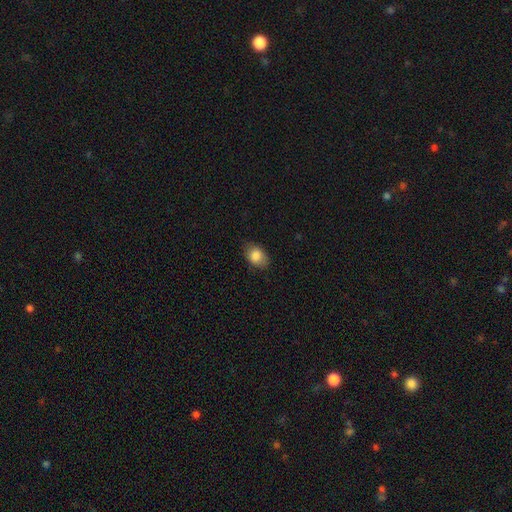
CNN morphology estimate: Smooth or featured?
  - smooth: 84% *
  - featured or disk: 8%
  - star or artifact: 8%
How rounded?
  - in between: 81% *
  - round: 18%
  - cigar-shaped: 1%
Merging?
  - none: 79% *
  - minor disturbance: 17%
  - major disturbance: 4%
  - merger: 1%